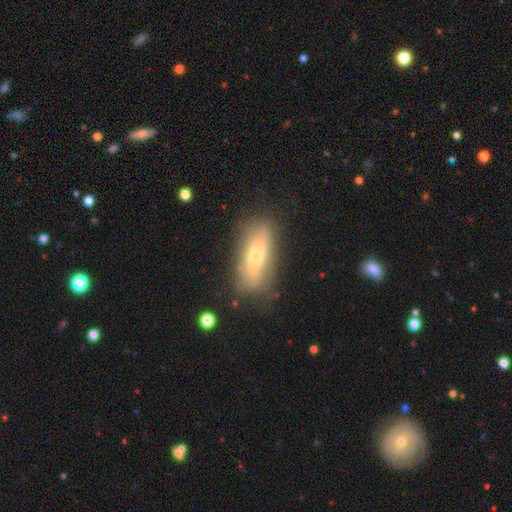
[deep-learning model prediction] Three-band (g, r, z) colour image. It shows a smooth galaxy with no disk features (52%) that is in between round and cigar-shaped (61%). Merging: none (70%).